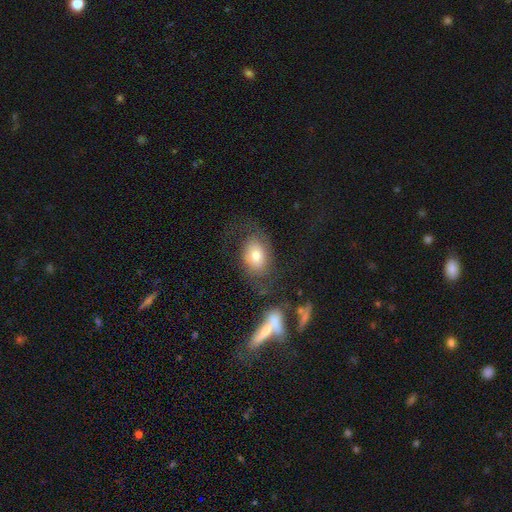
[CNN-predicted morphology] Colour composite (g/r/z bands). It shows a smooth galaxy with no disk features (65%) that is in between round and cigar-shaped (80%). Merging: none (50%).